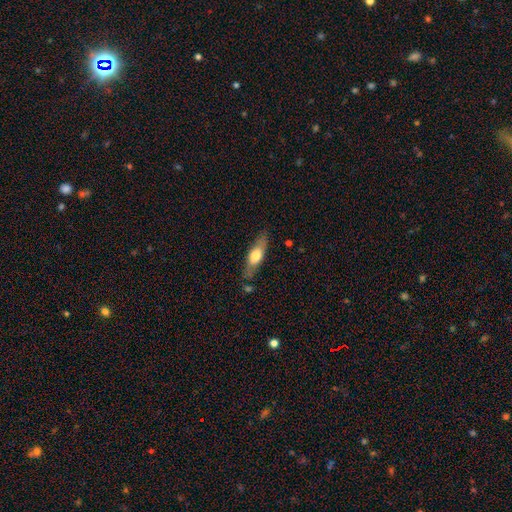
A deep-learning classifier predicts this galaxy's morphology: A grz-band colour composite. It shows a smooth galaxy with no disk features (57%) that is cigar-shaped (49%). Merging: none (75%).